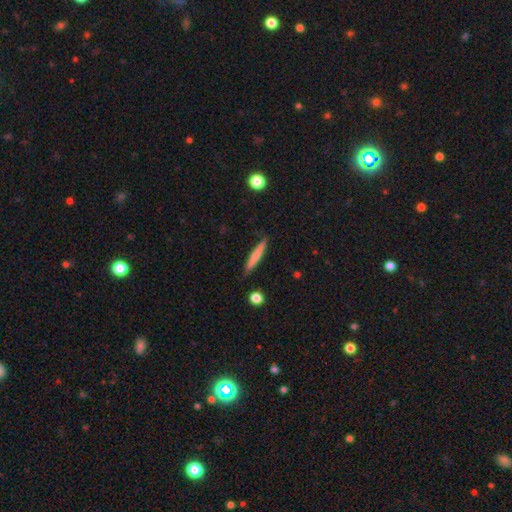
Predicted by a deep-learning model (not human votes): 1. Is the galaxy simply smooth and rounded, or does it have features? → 67% smooth, 28% featured or disk, 6% star or artifact.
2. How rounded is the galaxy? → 94% cigar-shaped, 4% in between, 2% round.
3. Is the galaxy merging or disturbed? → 87% none, 9% minor disturbance, 2% major disturbance, 2% merger.